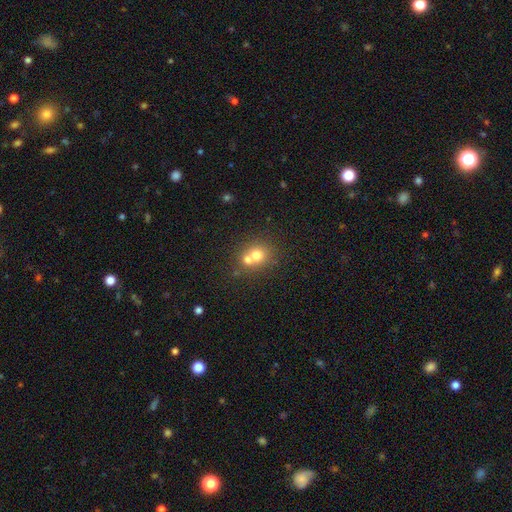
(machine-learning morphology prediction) Smooth or featured? Predicted: smooth (p=0.69). How rounded? Predicted: round (p=0.78). Merging? Predicted: merger (p=0.54).